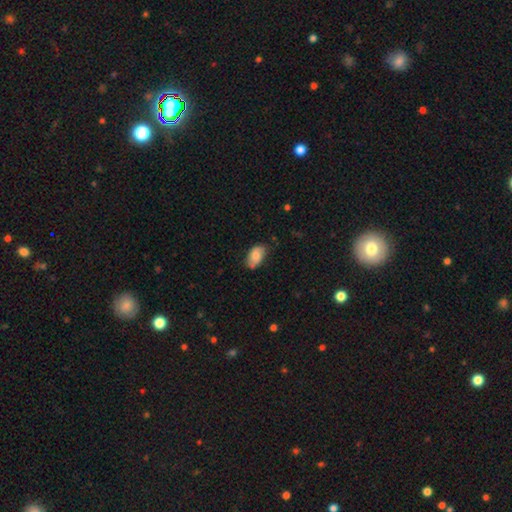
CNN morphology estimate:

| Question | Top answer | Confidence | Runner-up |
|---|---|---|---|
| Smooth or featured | smooth | 75% | featured or disk (18%) |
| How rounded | in between | 93% | round (5%) |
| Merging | none | 70% | minor disturbance (25%) |